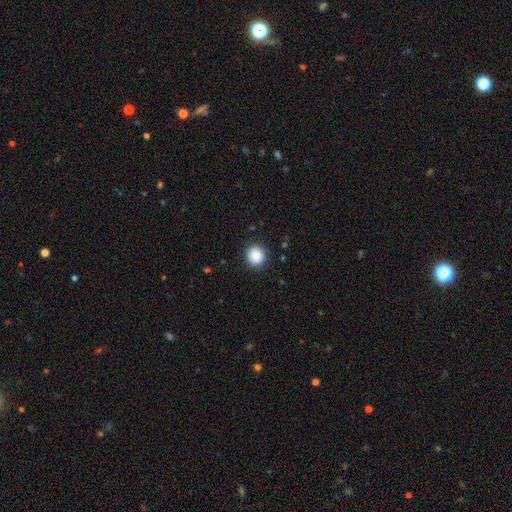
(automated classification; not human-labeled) Q: Smooth or featured?
A: smooth (89%); runner-up: star or artifact (8%)
Q: How rounded?
A: round (91%); runner-up: in between (8%)
Q: Merging?
A: none (91%); runner-up: minor disturbance (6%)